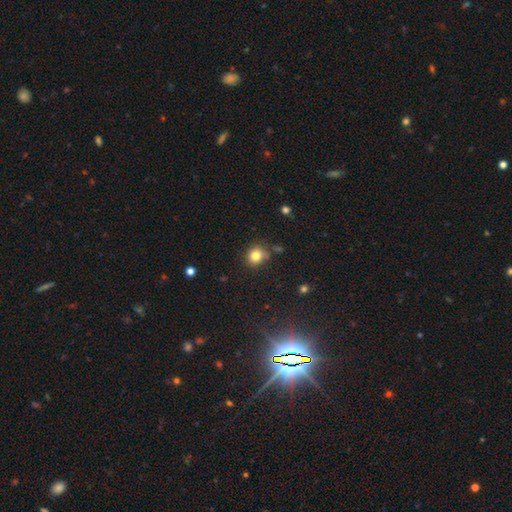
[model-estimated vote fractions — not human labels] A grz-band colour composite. It shows a smooth galaxy with no disk features (81%) that is round (81%). Merging: none (74%).